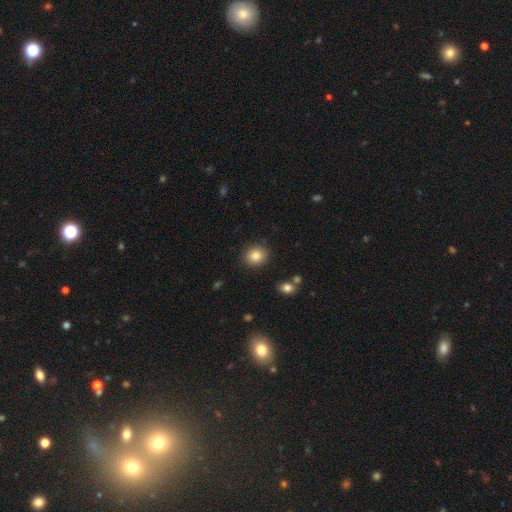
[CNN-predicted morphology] type=smooth (83%); roundness=round (79%); merging=none (89%).